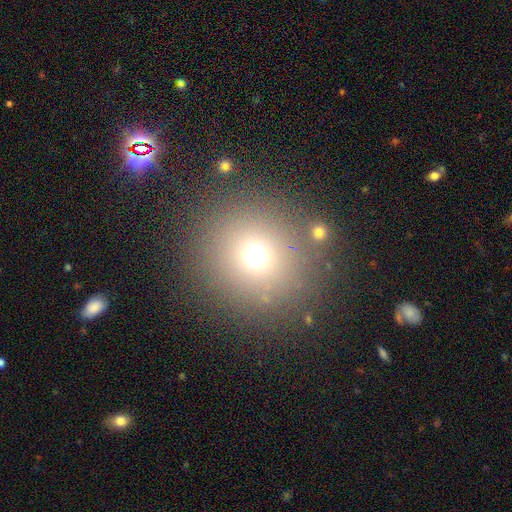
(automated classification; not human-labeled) Q: Smooth or featured?
A: smooth (68%); runner-up: star or artifact (22%)
Q: How rounded?
A: round (92%); runner-up: in between (7%)
Q: Merging?
A: none (84%); runner-up: minor disturbance (7%)